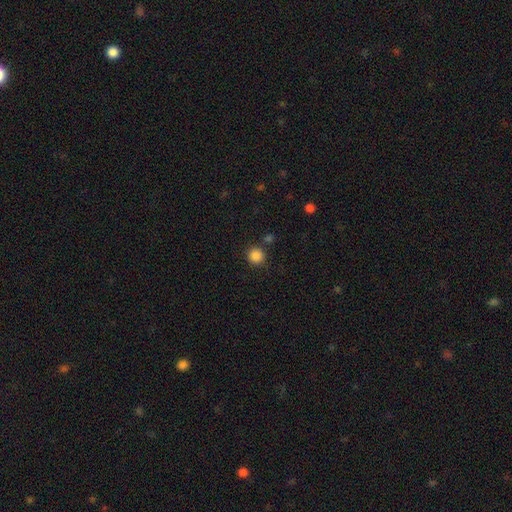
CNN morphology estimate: A smooth galaxy with no disk features (86%) that is round (94%). Merging: none (84%).